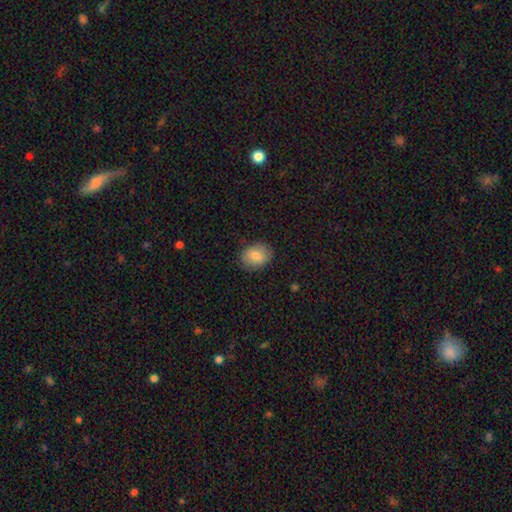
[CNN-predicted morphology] Smooth or featured?
  - smooth: 78% *
  - featured or disk: 14%
  - star or artifact: 8%
How rounded?
  - in between: 59% *
  - round: 40%
  - cigar-shaped: 1%
Merging?
  - none: 85% *
  - minor disturbance: 11%
  - major disturbance: 3%
  - merger: 1%